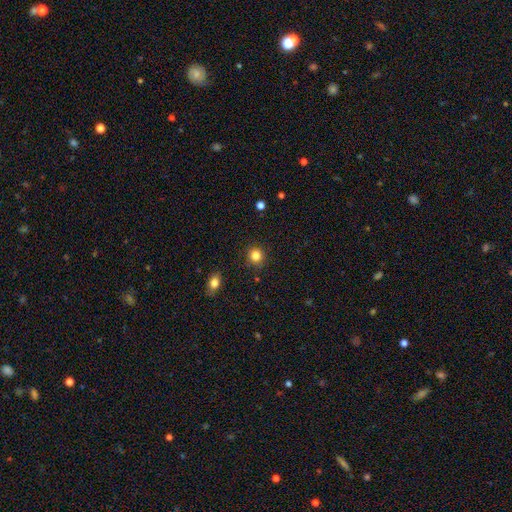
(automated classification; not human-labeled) Smooth or featured? Predicted: smooth (p=0.83). How rounded? Predicted: round (p=0.90). Merging? Predicted: none (p=0.89).